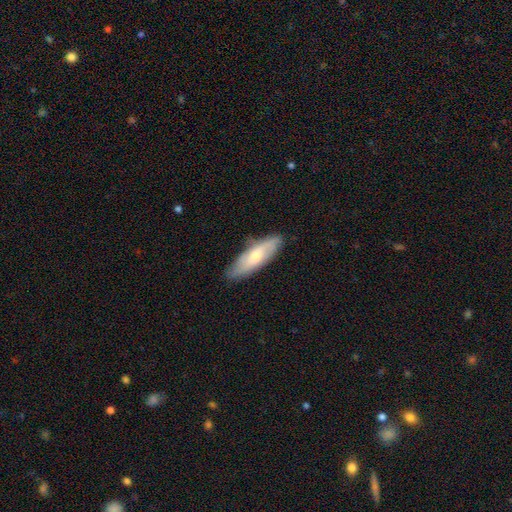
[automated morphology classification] The model was most divided on "how rounded": cigar-shaped: 50%, in between: 48%, round: 2%. More confident: merging — none (78%); smooth or featured — smooth (53%).